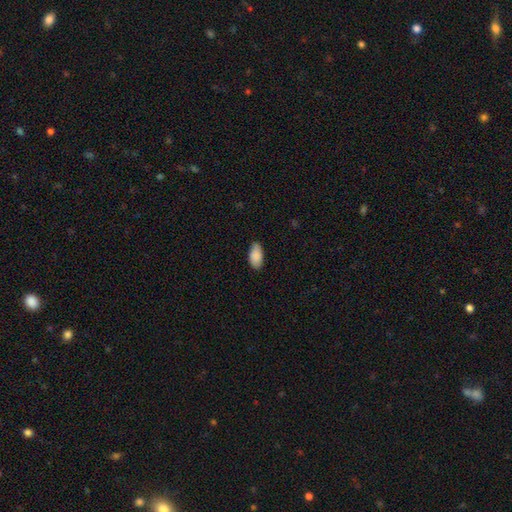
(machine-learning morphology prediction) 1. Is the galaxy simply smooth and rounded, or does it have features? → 89% smooth, 6% star or artifact, 5% featured or disk.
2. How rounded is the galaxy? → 94% in between, 4% cigar-shaped, 2% round.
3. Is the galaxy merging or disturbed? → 80% none, 16% minor disturbance, 2% major disturbance, 1% merger.